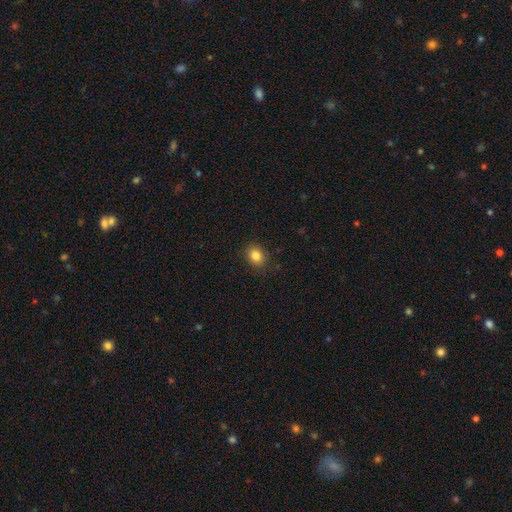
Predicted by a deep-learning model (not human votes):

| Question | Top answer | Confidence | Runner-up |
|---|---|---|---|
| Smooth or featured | smooth | 84% | star or artifact (11%) |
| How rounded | round | 56% | in between (43%) |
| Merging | none | 87% | minor disturbance (9%) |